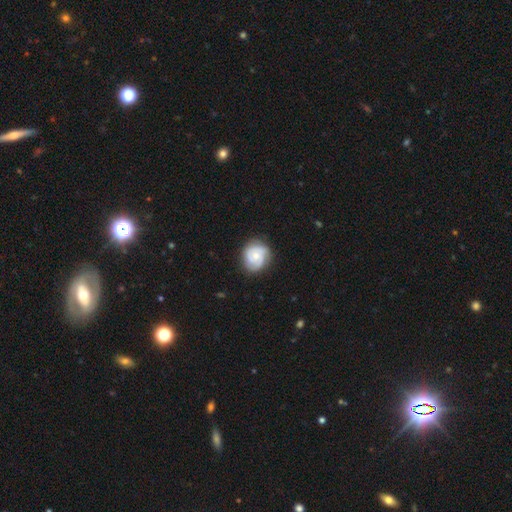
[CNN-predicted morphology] Q: Smooth or featured?
A: featured or disk (67%); runner-up: smooth (27%)
Q: Edge-on disk?
A: no (98%); runner-up: yes (2%)
Q: Bar?
A: no (74%); runner-up: weak (22%)
Q: Spiral arms?
A: yes (92%); runner-up: no (8%)
Q: Spiral winding?
A: tight (61%); runner-up: medium (31%)
Q: Spiral arm count?
A: 3 (35%); runner-up: 2 (34%)
Q: Bulge size?
A: moderate (48%); runner-up: small (47%)
Q: Merging?
A: none (79%); runner-up: minor disturbance (16%)